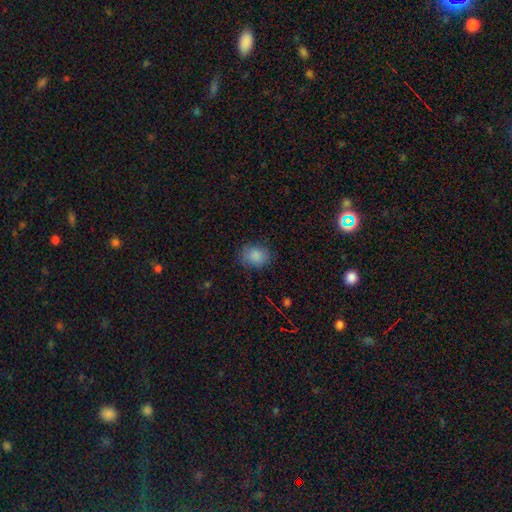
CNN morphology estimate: Smooth or featured? smooth (86%)
How rounded? in between (52%)
Merging? none (78%)